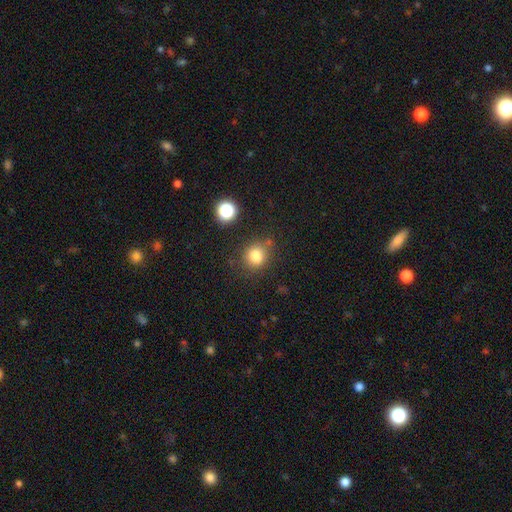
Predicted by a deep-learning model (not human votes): A smooth galaxy with no disk features (81%) that is round (79%).

Vote fractions:
- Smooth or featured? smooth: 81% / star or artifact: 13% / featured or disk: 6%
- How rounded? round: 79% / in between: 20% / cigar-shaped: 1%
- Merging? none: 75% / minor disturbance: 14% / merger: 6% / major disturbance: 5%